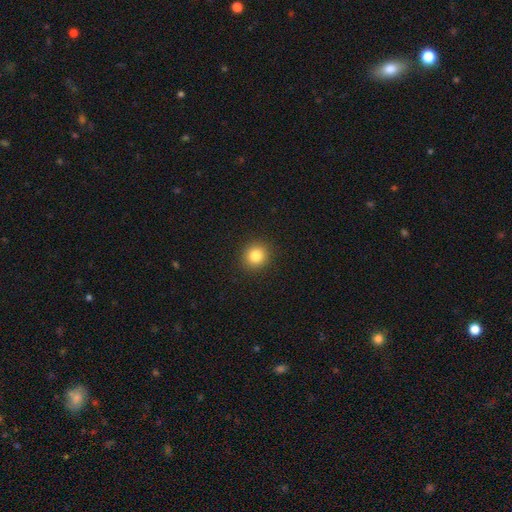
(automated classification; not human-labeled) This is clearly a smooth galaxy (83%). How rounded: clearly round (90%). Merging: clearly none (92%).